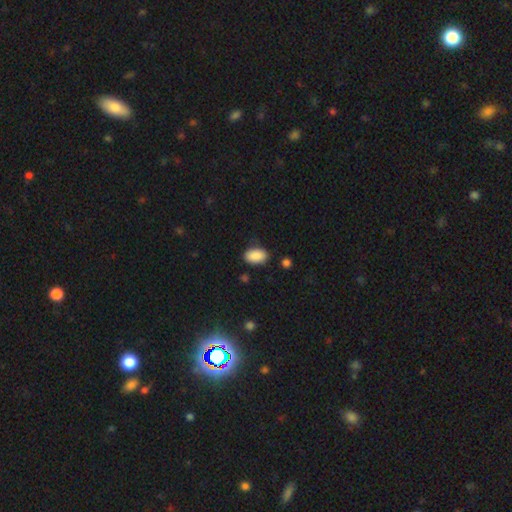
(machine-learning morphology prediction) A smooth galaxy with no disk features (89%) that is in between round and cigar-shaped (92%).

Vote fractions:
- Smooth or featured? smooth: 89% / star or artifact: 7% / featured or disk: 4%
- How rounded? in between: 92% / round: 7% / cigar-shaped: 2%
- Merging? none: 81% / minor disturbance: 14% / major disturbance: 3% / merger: 2%